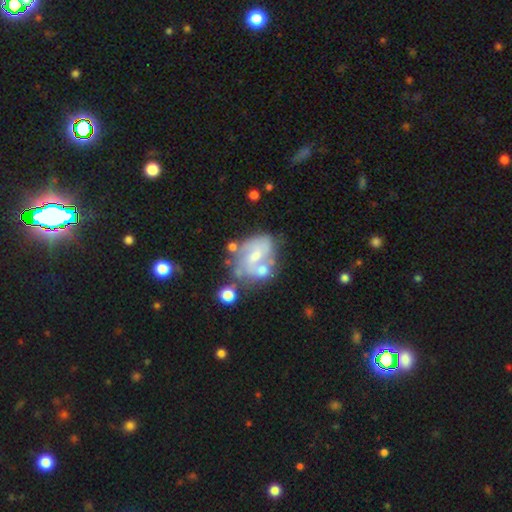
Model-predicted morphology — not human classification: A featured or disk galaxy (66%) with no bar (56%), spiral arms (63%) and a small central bulge (50%).

Vote fractions:
- Smooth or featured? featured or disk: 66% / smooth: 24% / star or artifact: 10%
- Edge-on disk? no: 97% / yes: 3%
- Bar? no: 56% / weak: 35% / strong: 10%
- Spiral arms? yes: 63% / no: 37%
- Bulge size? small: 50% / moderate: 40% / none: 7% / large: 2% / dominant: 1%
- Merging? none: 37% / merger: 30% / minor disturbance: 19% / major disturbance: 13%